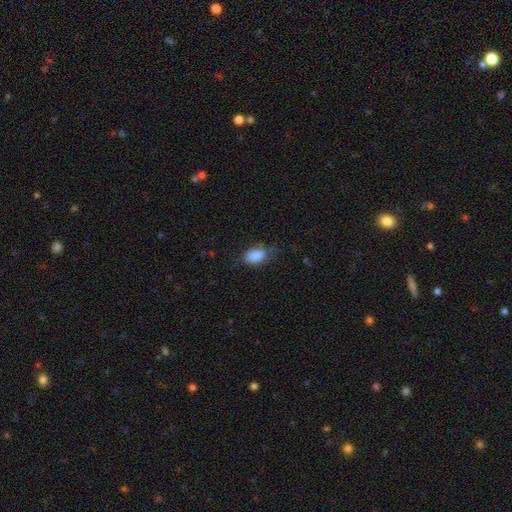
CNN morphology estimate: Smooth or featured? Predicted: smooth (p=0.86). How rounded? Predicted: in between (p=0.87). Merging? Predicted: none (p=0.62).